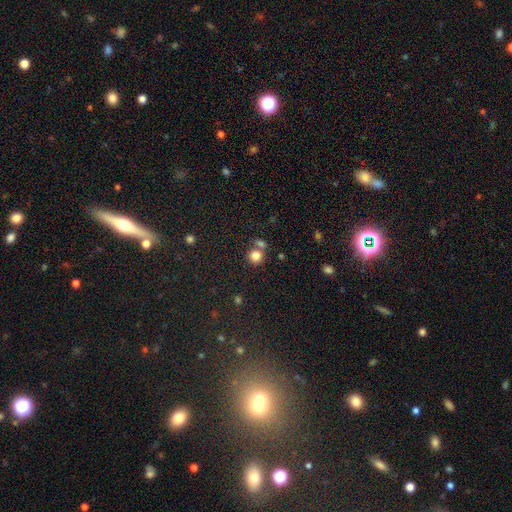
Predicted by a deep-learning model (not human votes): The model was most divided on "merging": none: 59%, merger: 30%, minor disturbance: 8%, major disturbance: 3%. More confident: how rounded — round (88%); smooth or featured — smooth (81%).